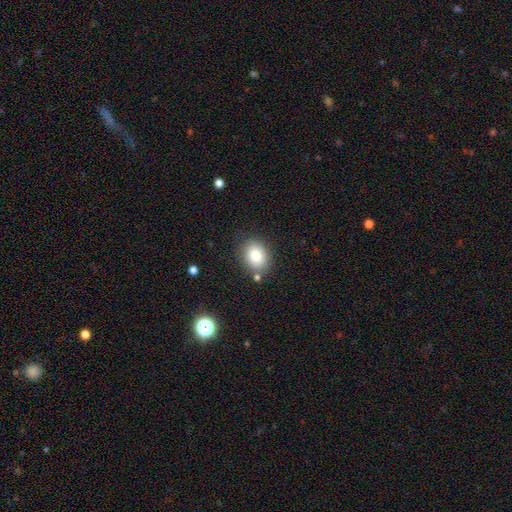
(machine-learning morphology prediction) This appears to be a smooth galaxy with no disk features (84%) that is in between round and cigar-shaped (61%). Merging: none (79%).